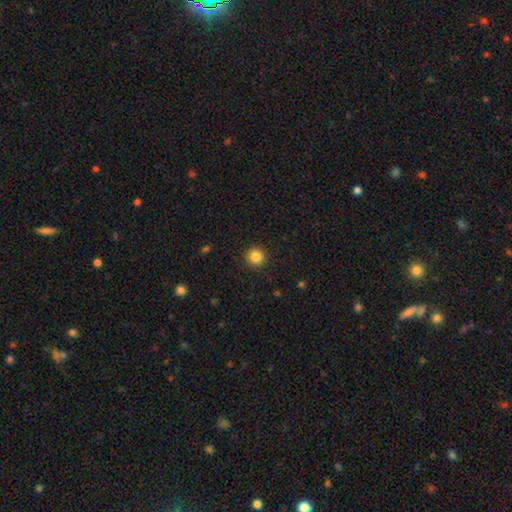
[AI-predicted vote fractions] smooth_or_featured: smooth (p=0.85) [alt: star or artifact p=0.11]
how_rounded: round (p=0.95) [alt: in between p=0.04]
merging: none (p=0.92) [alt: minor disturbance p=0.05]